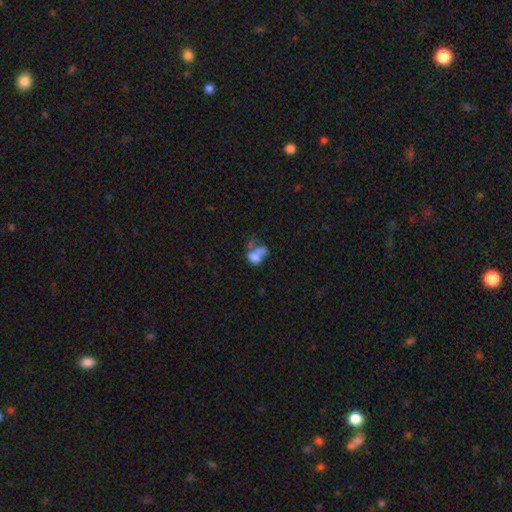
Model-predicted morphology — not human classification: A smooth galaxy with no disk features (56%) that is in between round and cigar-shaped (74%). Merging: merger (42%).